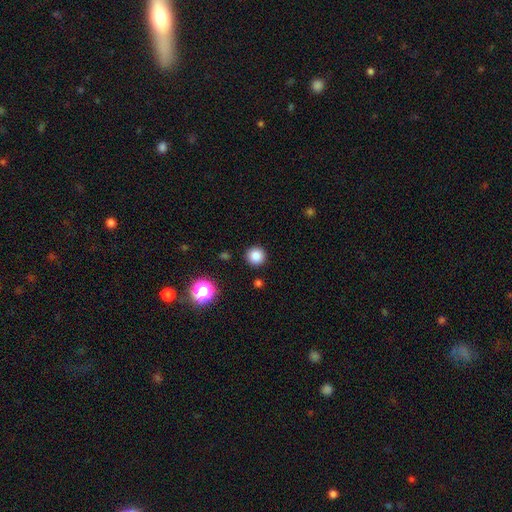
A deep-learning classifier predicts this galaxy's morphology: Overall: smooth (84%). How rounded: round (95%). Merging: none (91%).